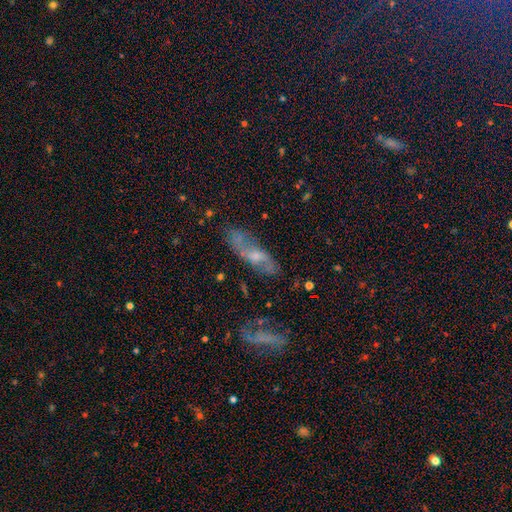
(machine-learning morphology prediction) type=featured or disk (59%); edge-on=no (77%); merging=none (65%).